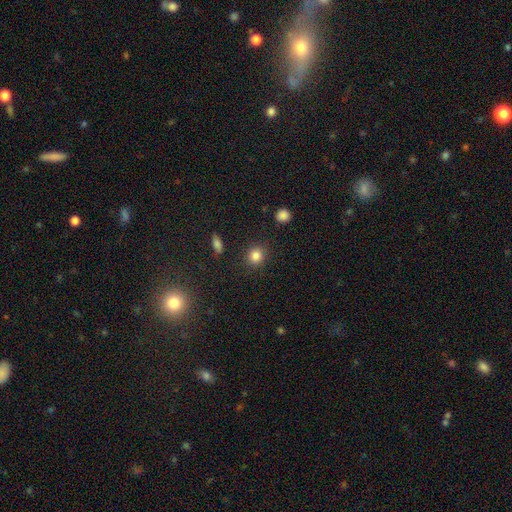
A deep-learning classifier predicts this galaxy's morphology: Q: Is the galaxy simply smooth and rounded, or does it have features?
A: smooth — 84%.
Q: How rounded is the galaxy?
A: round — 84%.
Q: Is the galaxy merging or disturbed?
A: none — 89%.